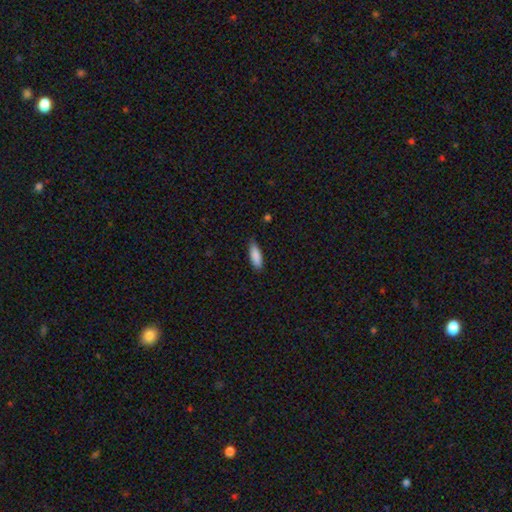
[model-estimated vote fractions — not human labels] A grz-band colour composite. It shows a smooth galaxy with no disk features (88%) that is in between round and cigar-shaped (63%). Merging: none (80%).